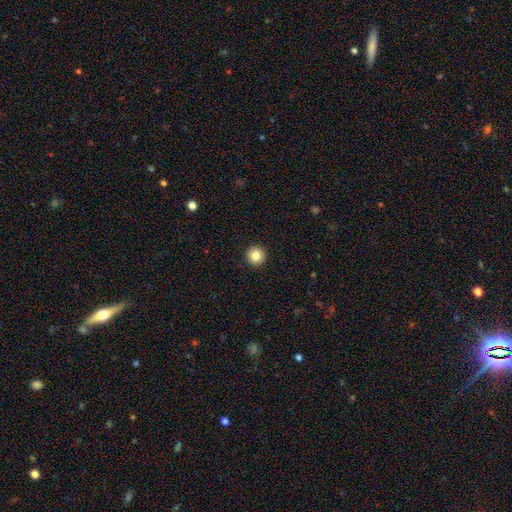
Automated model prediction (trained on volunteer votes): smooth-or-featured: smooth: 84% | star or artifact: 10% | featured or disk: 6%
  how-rounded: round: 96% | in between: 3% | cigar-shaped: 1%
  merging: none: 93% | minor disturbance: 4% | major disturbance: 1% | merger: 1%